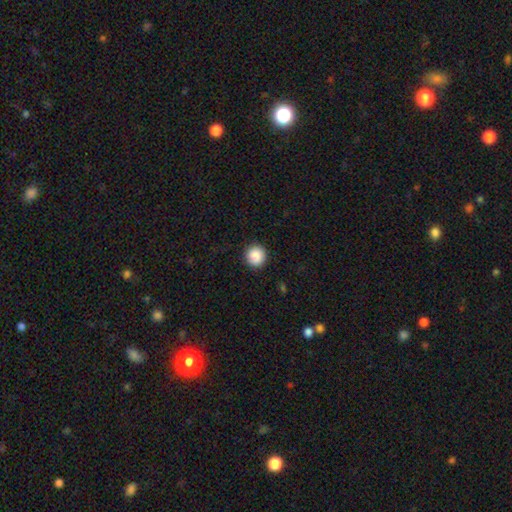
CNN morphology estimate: smooth 89%, star or artifact 8%, featured or disk 3%. Down the decision tree: how rounded — round (94%); merging — none (92%).